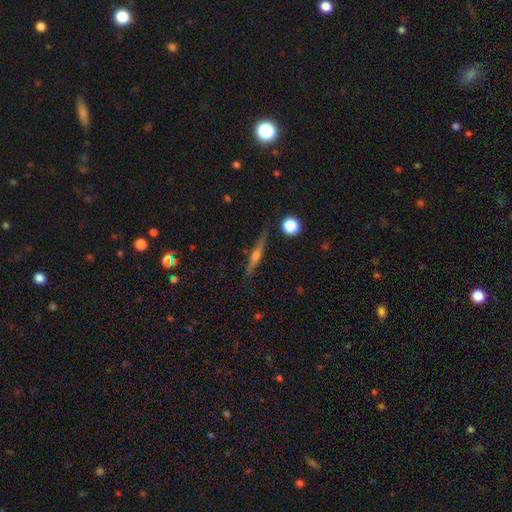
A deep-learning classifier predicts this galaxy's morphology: type=featured or disk (72%); edge-on=yes (97%); edge-on bulge=rounded (89%); merging=none (87%).